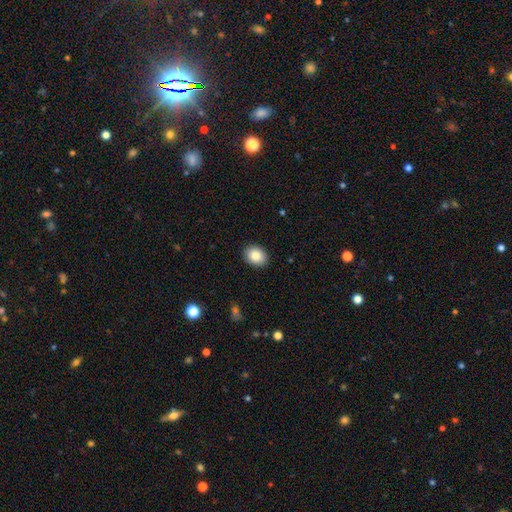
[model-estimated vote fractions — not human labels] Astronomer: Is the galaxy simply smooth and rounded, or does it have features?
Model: smooth — 86%.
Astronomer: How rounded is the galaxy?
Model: in between — 56% (runner-up: round, 43%).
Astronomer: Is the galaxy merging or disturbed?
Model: none — 90%.